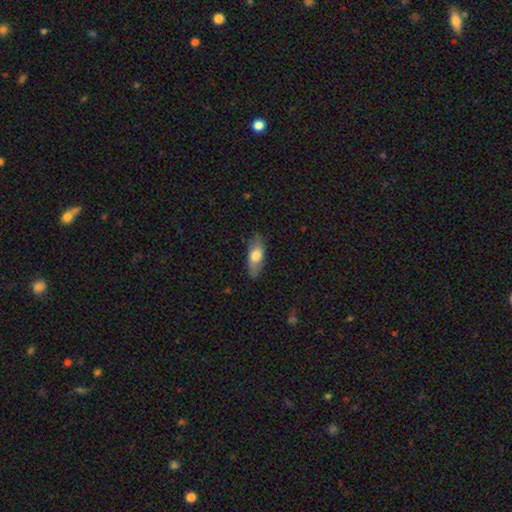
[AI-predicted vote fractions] smooth 68%, featured or disk 26%, star or artifact 6%. Down the decision tree: how rounded — in between (76%); merging — none (78%).